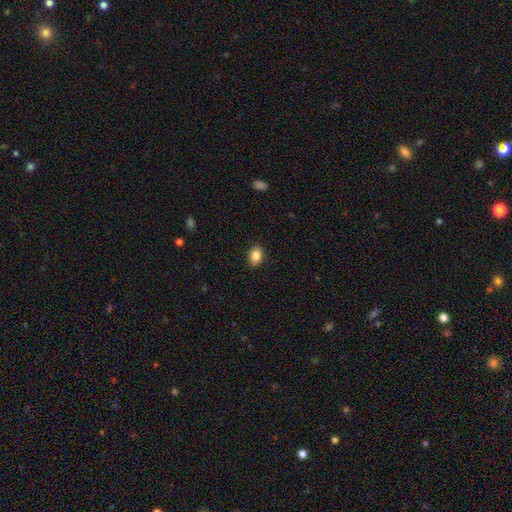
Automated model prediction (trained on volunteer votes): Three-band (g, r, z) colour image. It shows a smooth galaxy with no disk features (85%) that is in between round and cigar-shaped (76%). Merging: none (89%).